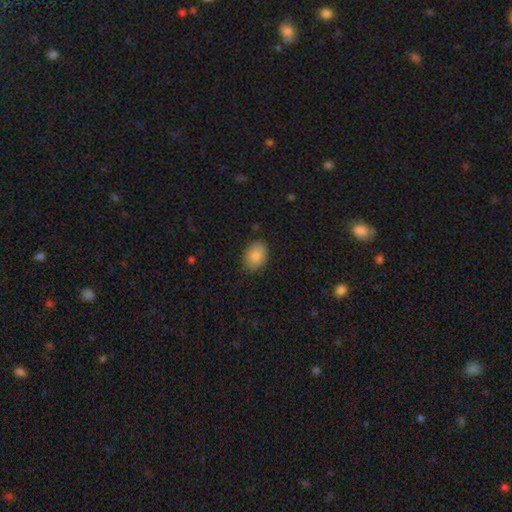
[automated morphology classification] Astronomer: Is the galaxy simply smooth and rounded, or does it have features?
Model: smooth — 84%.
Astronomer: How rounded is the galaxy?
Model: in between — 74%.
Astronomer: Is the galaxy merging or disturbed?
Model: none — 86%.